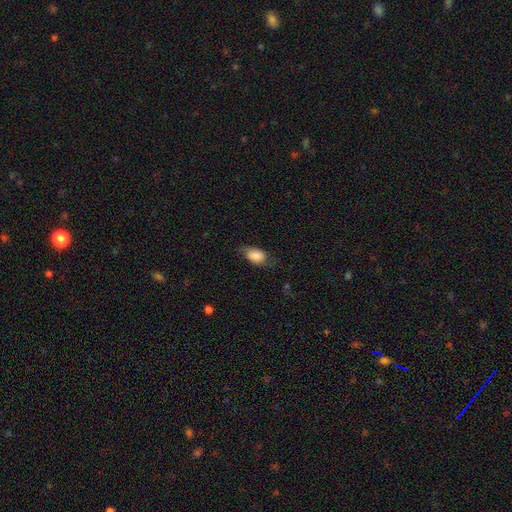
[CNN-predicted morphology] This is clearly a smooth galaxy (80%). How rounded: clearly in between (83%). Merging: likely none (61%).